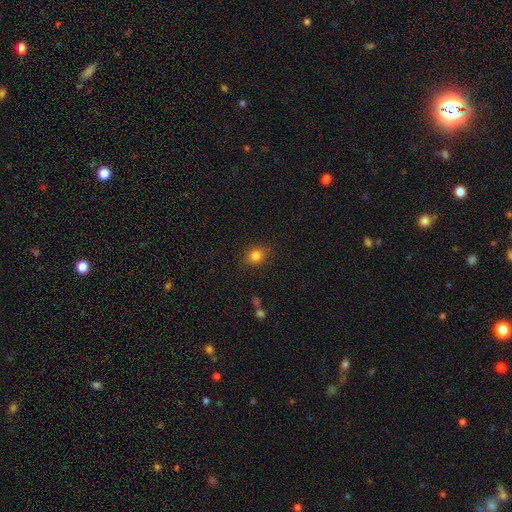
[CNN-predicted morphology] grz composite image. It shows a smooth galaxy with no disk features (83%) that is round (62%). Merging: none (88%).